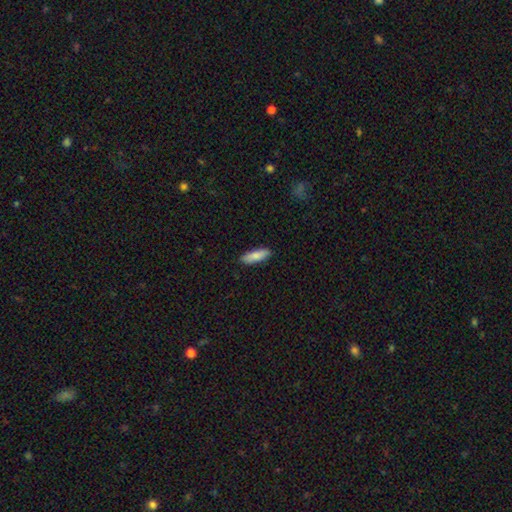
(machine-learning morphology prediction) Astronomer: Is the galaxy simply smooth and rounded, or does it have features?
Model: smooth — 84%.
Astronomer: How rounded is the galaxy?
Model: in between — 53% (runner-up: cigar-shaped, 45%).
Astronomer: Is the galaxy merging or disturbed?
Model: none — 89%.